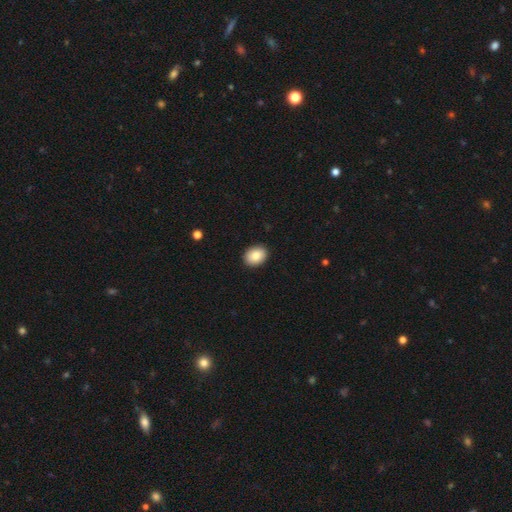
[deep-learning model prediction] Smooth or featured: smooth — 86% (star or artifact — 7%)
How rounded: in between — 62% (round — 37%)
Merging: none — 91% (minor disturbance — 6%)